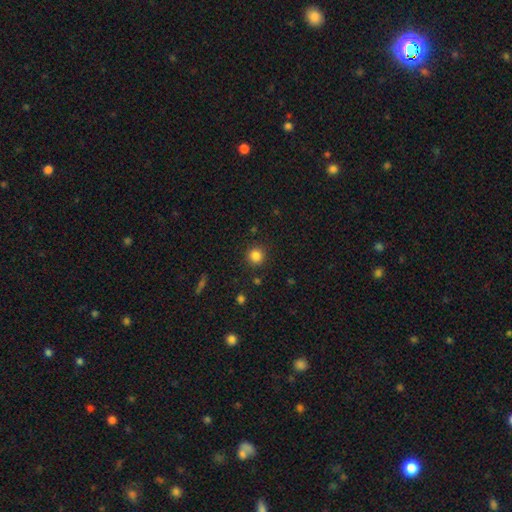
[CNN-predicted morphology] Smooth or featured: smooth — 83% (star or artifact — 12%)
How rounded: round — 92% (in between — 7%)
Merging: none — 89% (minor disturbance — 7%)